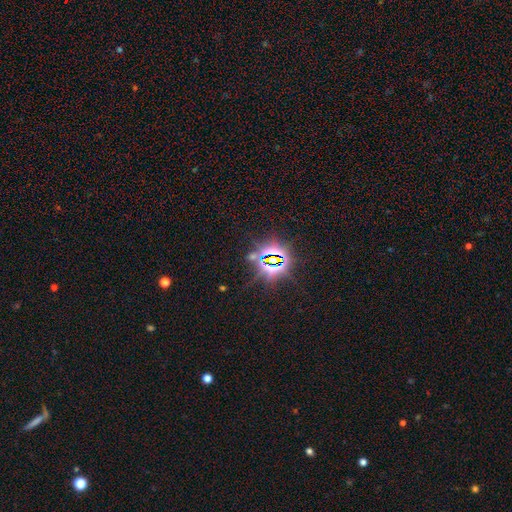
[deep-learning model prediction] Smooth or featured? star or artifact (83%)